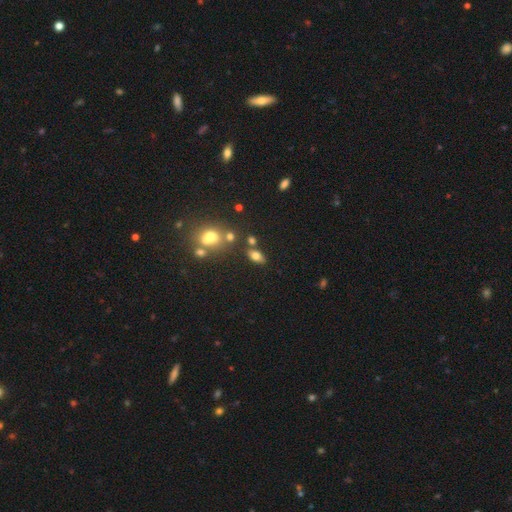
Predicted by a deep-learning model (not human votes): Smooth or featured? Predicted: smooth (p=0.73). How rounded? Predicted: in between (p=0.84). Merging? Predicted: none (p=0.72).